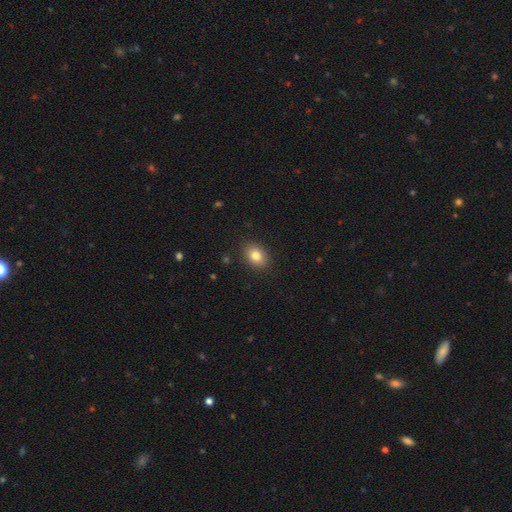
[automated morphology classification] Overall: smooth (81%). How rounded: in between (69%; round 30%). Merging: none (88%).